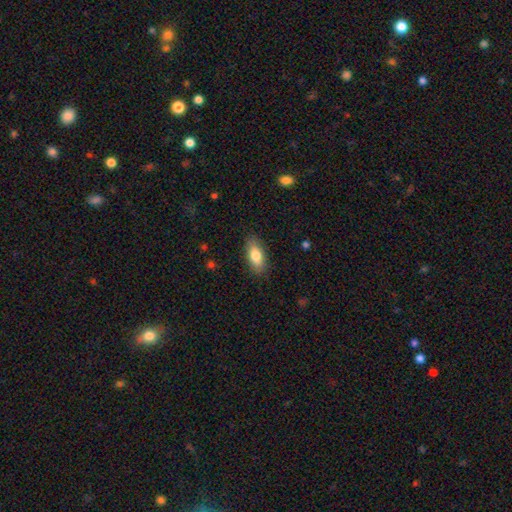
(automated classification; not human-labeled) Smooth or featured: smooth — 79% (featured or disk — 14%)
How rounded: in between — 84% (cigar-shaped — 13%)
Merging: none — 86% (minor disturbance — 11%)